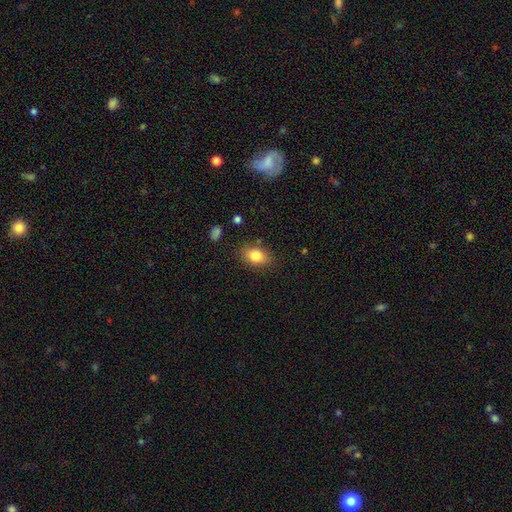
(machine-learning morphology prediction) This is clearly a smooth galaxy (82%). How rounded: clearly in between (80%). Merging: clearly none (82%).